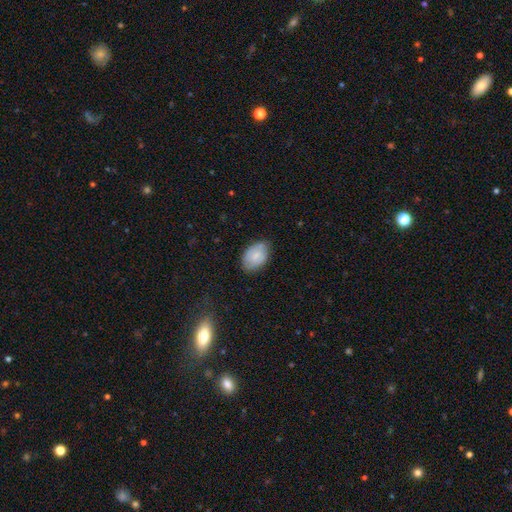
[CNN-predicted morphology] smooth 70%, featured or disk 23%, star or artifact 7%. Down the decision tree: how rounded — in between (89%); merging — none (74%).